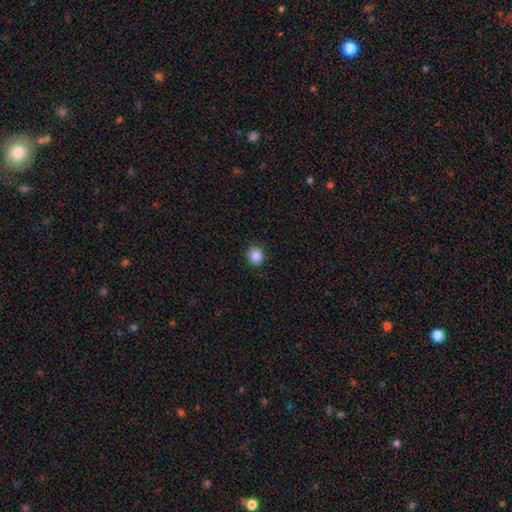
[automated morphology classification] Smooth or featured?
  - smooth: 86% *
  - star or artifact: 10%
  - featured or disk: 4%
How rounded?
  - round: 83% *
  - in between: 16%
  - cigar-shaped: 1%
Merging?
  - none: 92% *
  - minor disturbance: 6%
  - major disturbance: 2%
  - merger: 1%